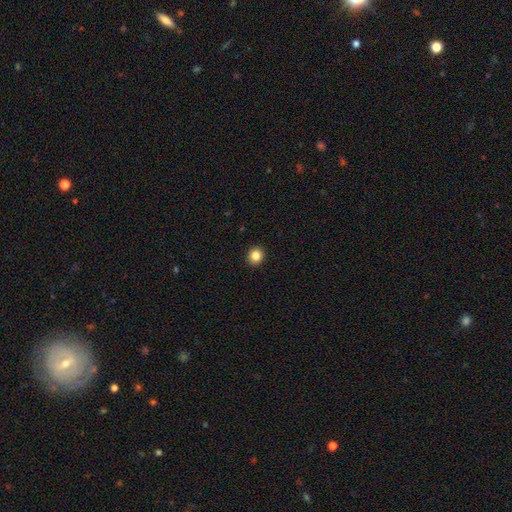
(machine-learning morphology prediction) Smooth or featured?
  - smooth: 85% *
  - star or artifact: 11%
  - featured or disk: 4%
How rounded?
  - round: 85% *
  - in between: 14%
  - cigar-shaped: 1%
Merging?
  - none: 93% *
  - minor disturbance: 5%
  - major disturbance: 1%
  - merger: 1%